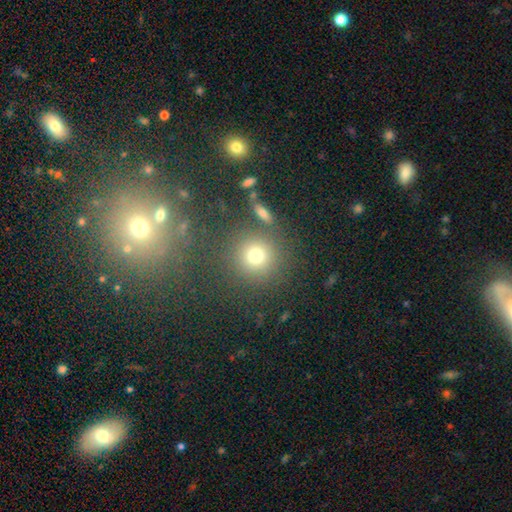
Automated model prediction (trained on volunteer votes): A smooth galaxy with no disk features (72%) that is round (91%). Merging: none (79%).